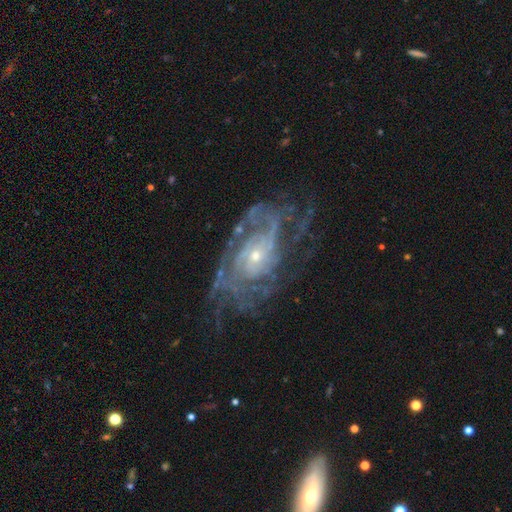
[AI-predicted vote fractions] Smooth or featured: featured or disk — 87% (star or artifact — 8%)
Edge-on disk: no — 95% (yes — 5%)
Bar: no — 72% (weak — 22%)
Spiral arms: yes — 93% (no — 7%)
Spiral winding: tight — 59% (medium — 31%)
Spiral arm count: can't tell — 39% (2 — 18%)
Bulge size: small — 71% (moderate — 25%)
Merging: none — 63% (minor disturbance — 19%)